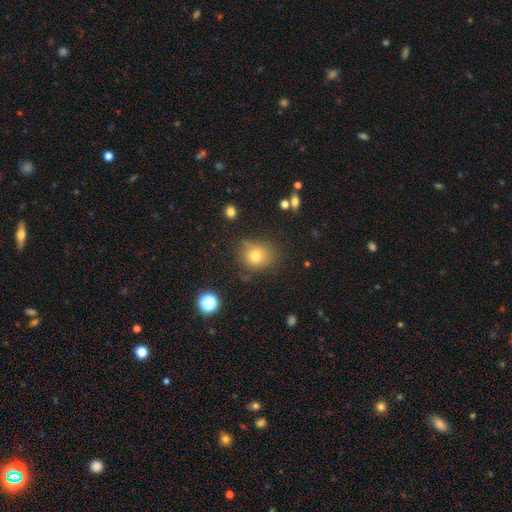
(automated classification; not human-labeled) This appears to be a smooth galaxy with no disk features (75%) that is round (71%). Merging: none (71%).